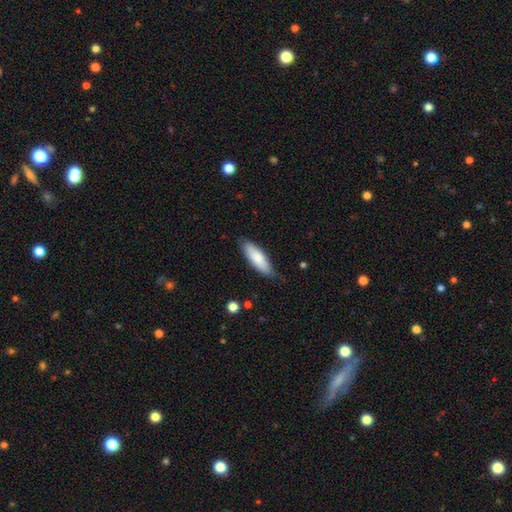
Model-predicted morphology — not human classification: This appears to be a smooth galaxy with no disk features (81%) that is in between round and cigar-shaped (54%). Merging: none (76%).